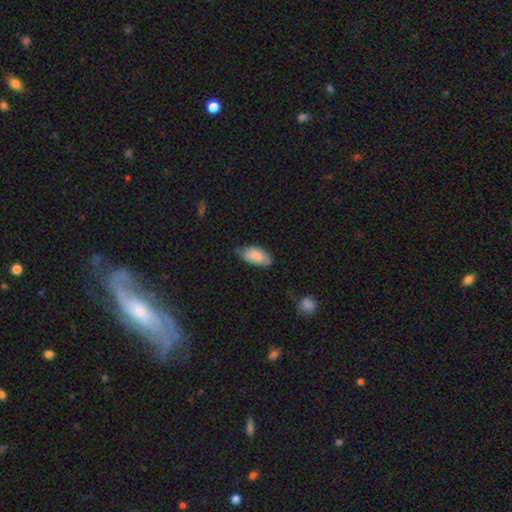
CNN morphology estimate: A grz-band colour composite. It shows a smooth galaxy with no disk features (84%) that is in between round and cigar-shaped (93%). Merging: none (60%).